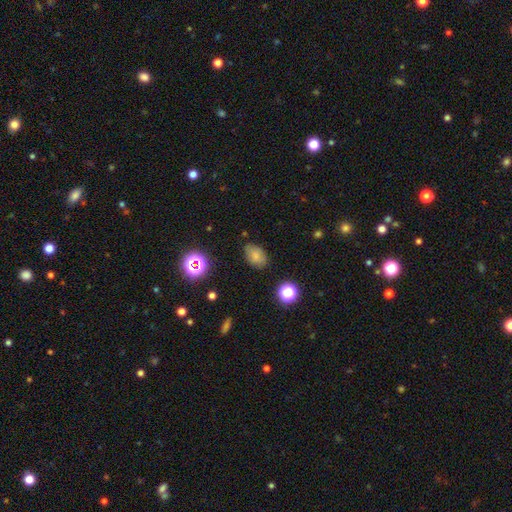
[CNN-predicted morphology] This appears to be a smooth galaxy with no disk features (76%) that is in between round and cigar-shaped (83%). Merging: none (78%).